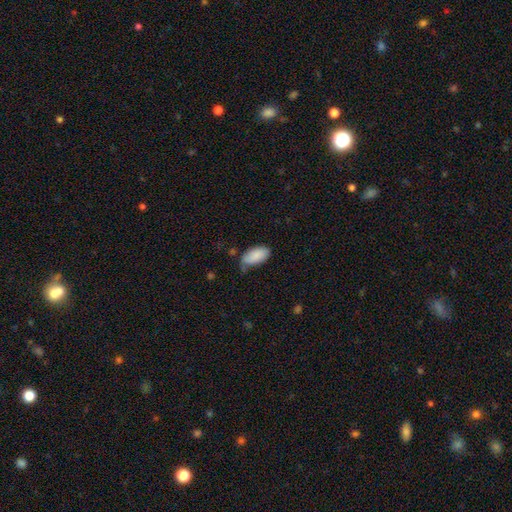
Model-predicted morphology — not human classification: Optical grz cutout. It shows a smooth galaxy with no disk features (87%) that is in between round and cigar-shaped (95%). Merging: none (58%).